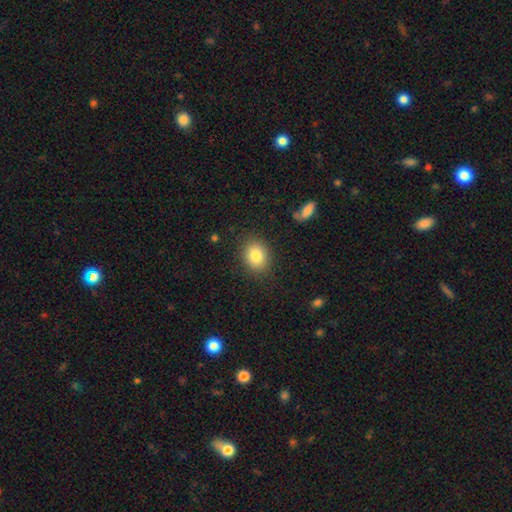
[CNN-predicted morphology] smooth_or_featured: smooth (p=0.83) [alt: star or artifact p=0.09]
how_rounded: round (p=0.54) [alt: in between p=0.45]
merging: none (p=0.86) [alt: minor disturbance p=0.09]